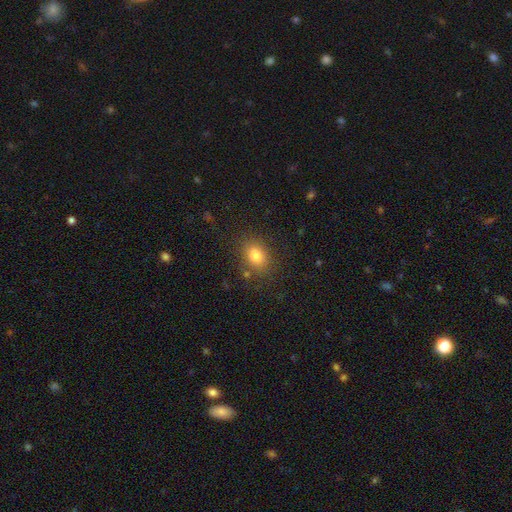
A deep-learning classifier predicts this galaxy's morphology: Q: Smooth or featured?
A: smooth (80%); runner-up: star or artifact (12%)
Q: How rounded?
A: in between (54%); runner-up: round (45%)
Q: Merging?
A: none (81%); runner-up: minor disturbance (12%)